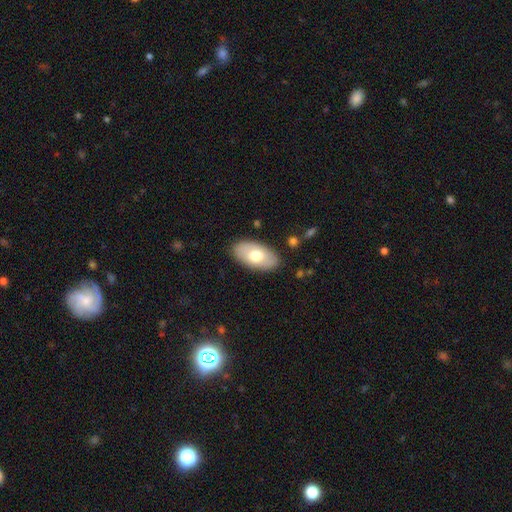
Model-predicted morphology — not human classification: This is likely a smooth galaxy (66%). How rounded: clearly in between (94%). Merging: clearly none (86%).